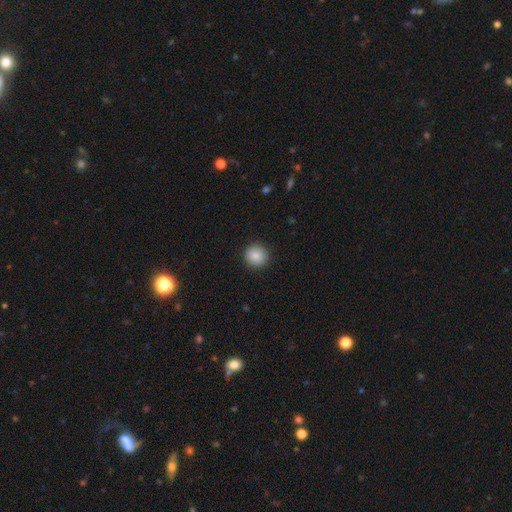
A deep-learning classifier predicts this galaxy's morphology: Smooth or featured: smooth — 87% (star or artifact — 8%)
How rounded: round — 94% (in between — 6%)
Merging: none — 92% (minor disturbance — 5%)